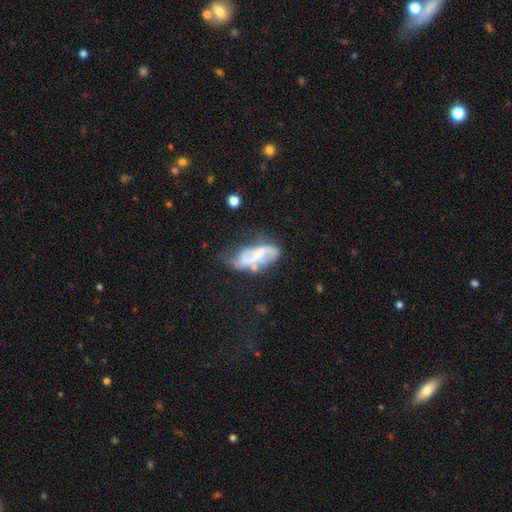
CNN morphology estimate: smooth_or_featured: featured or disk (p=0.61) [alt: smooth p=0.30]
disk_edge_on: no (p=0.92) [alt: yes p=0.08]
bar: no (p=0.43) [alt: weak p=0.35]
has_spiral_arms: yes (p=0.71) [alt: no p=0.29]
bulge_size: none (p=0.35) [tied with: small p=0.35]
merging: none (p=0.38) [alt: minor disturbance p=0.29]